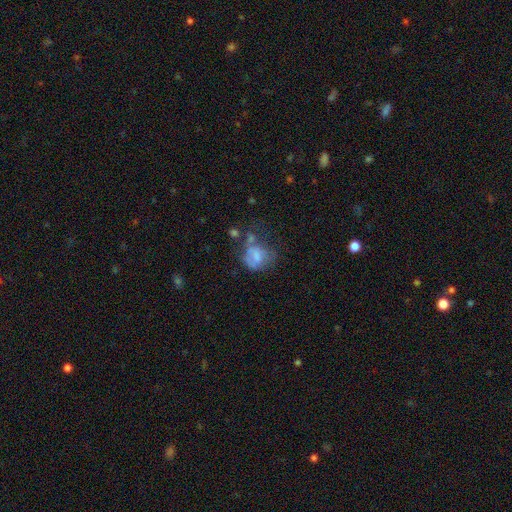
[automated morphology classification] A smooth galaxy with no disk features (51%) that is round (51%). Merging: major disturbance (36%).